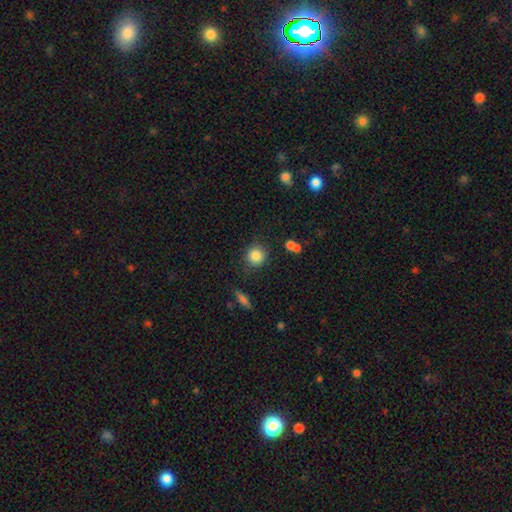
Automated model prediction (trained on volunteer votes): Smooth or featured: smooth — 85% (star or artifact — 10%)
How rounded: round — 89% (in between — 10%)
Merging: none — 81% (minor disturbance — 11%)